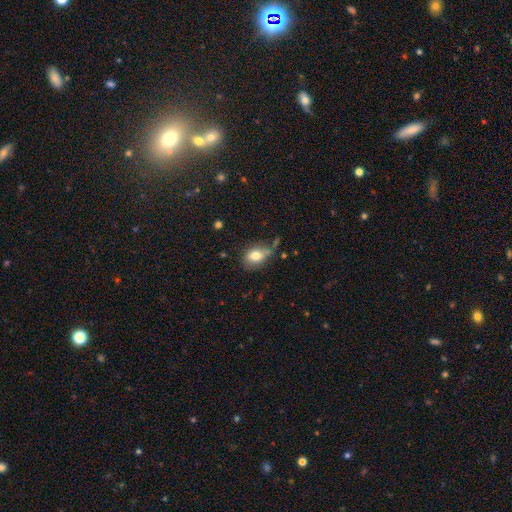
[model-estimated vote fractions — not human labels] The model was most divided on "merging": none: 50%, minor disturbance: 31%, major disturbance: 11%, merger: 8%. More confident: smooth or featured — smooth (77%); how rounded — in between (73%).